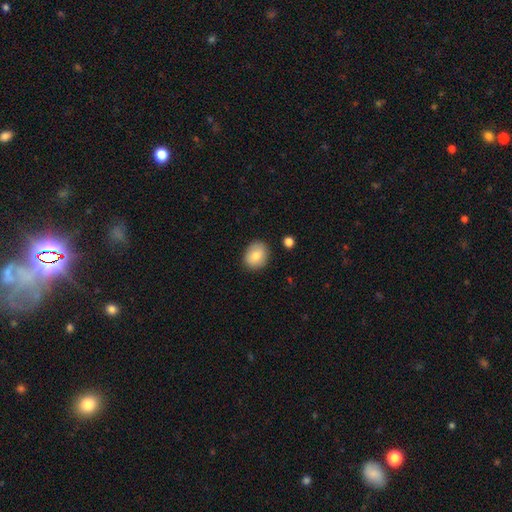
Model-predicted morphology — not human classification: Smooth or featured? Predicted: smooth (p=0.81). How rounded? Predicted: in between (p=0.50). Merging? Predicted: none (p=0.85).